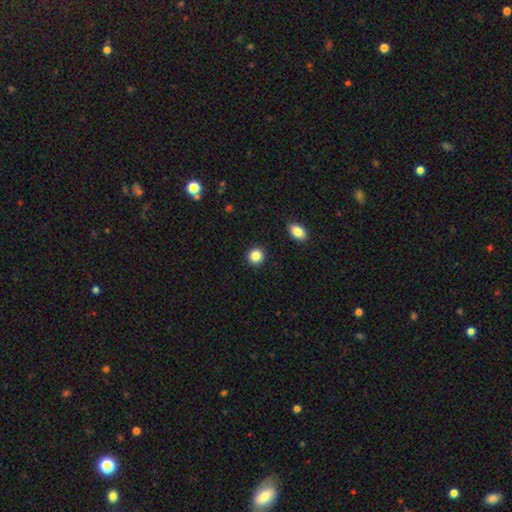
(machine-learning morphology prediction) type=smooth (86%); roundness=round (90%); merging=none (92%).